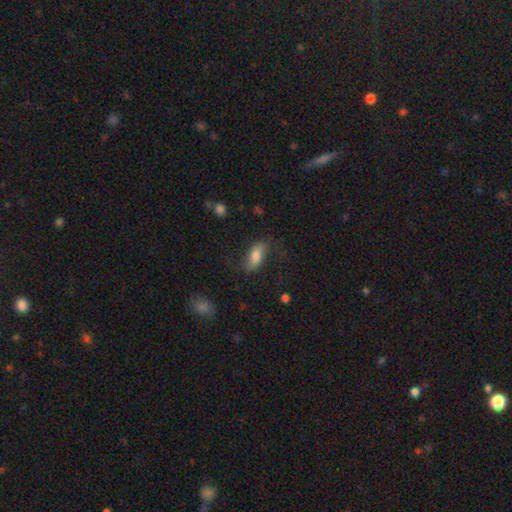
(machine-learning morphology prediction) Overall: smooth (69%). How rounded: in between (83%). Merging: none (68%).